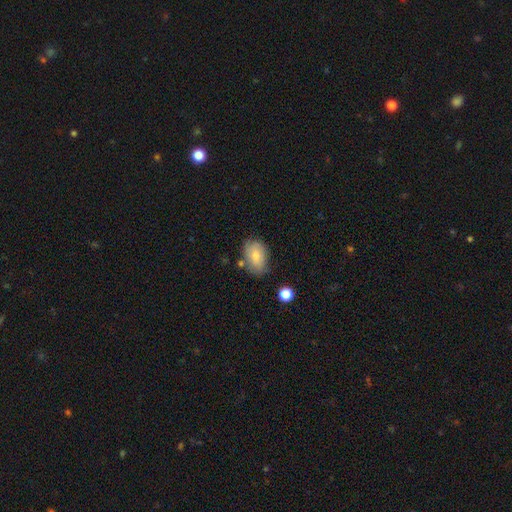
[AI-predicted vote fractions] Overall: smooth (70%). How rounded: in between (84%). Merging: none (61%; minor disturbance 26%).